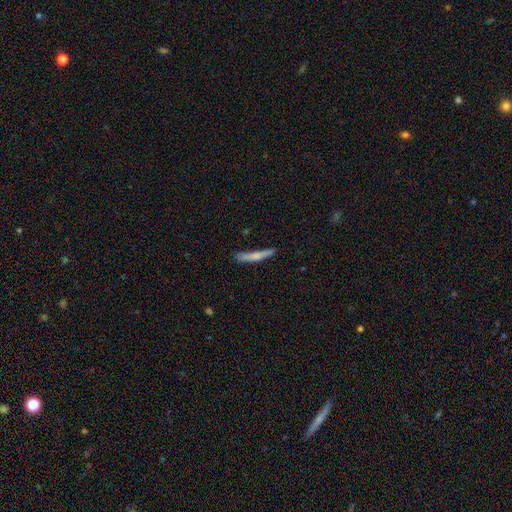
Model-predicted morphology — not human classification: Overall: smooth (63%; featured or disk 30%). How rounded: cigar-shaped (94%). Merging: none (70%).